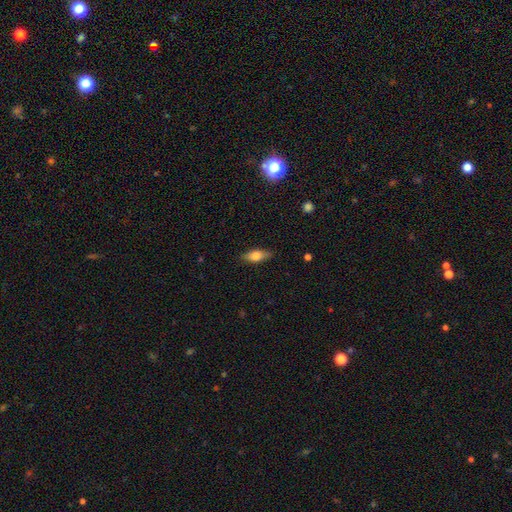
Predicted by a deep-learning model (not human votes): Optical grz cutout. It shows a smooth galaxy with no disk features (67%) that is in between round and cigar-shaped (72%). Merging: none (85%).